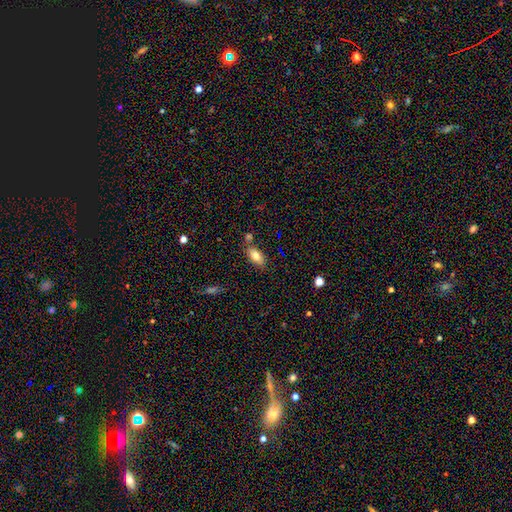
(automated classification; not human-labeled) Smooth or featured? Predicted: smooth (p=0.77). How rounded? Predicted: in between (p=0.87). Merging? Predicted: none (p=0.73).